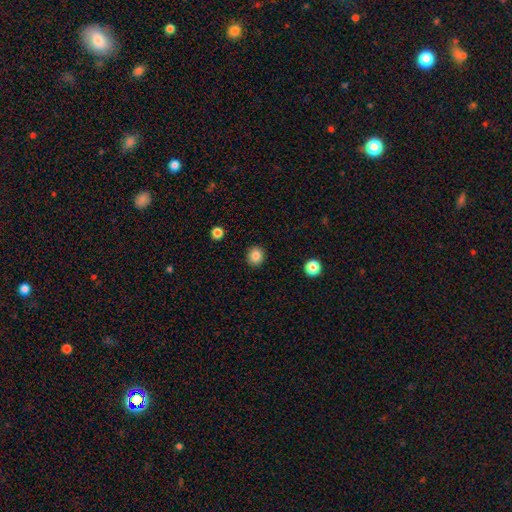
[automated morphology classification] smooth-or-featured: smooth: 85% | star or artifact: 10% | featured or disk: 5%
  how-rounded: round: 80% | in between: 19% | cigar-shaped: 1%
  merging: none: 90% | minor disturbance: 7% | major disturbance: 2% | merger: 1%